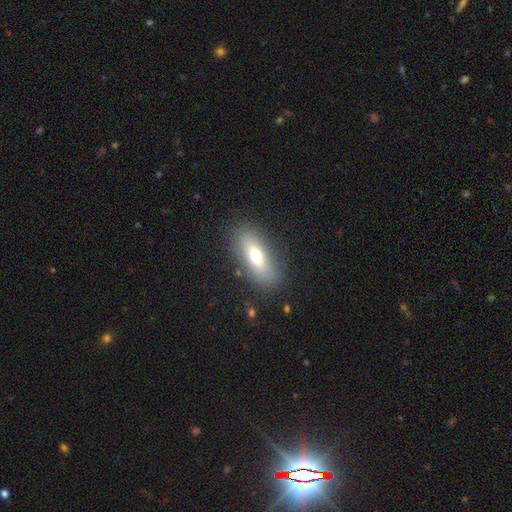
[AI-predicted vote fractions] smooth_or_featured: smooth (p=0.69) [alt: featured or disk p=0.23]
how_rounded: in between (p=0.74) [alt: cigar-shaped p=0.22]
merging: none (p=0.84) [alt: minor disturbance p=0.10]